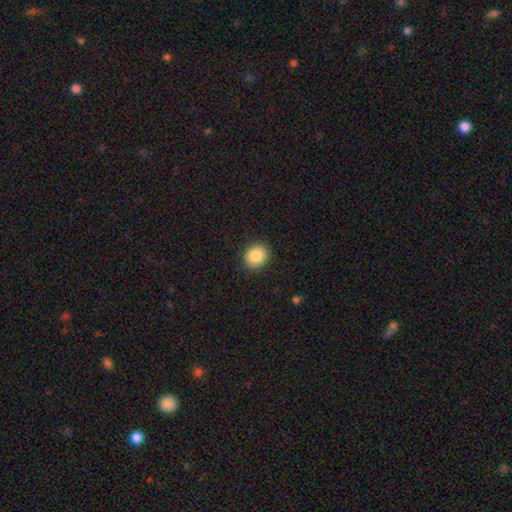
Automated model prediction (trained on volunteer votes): Smooth or featured? Predicted: smooth (p=0.87). How rounded? Predicted: round (p=0.70). Merging? Predicted: none (p=0.90).